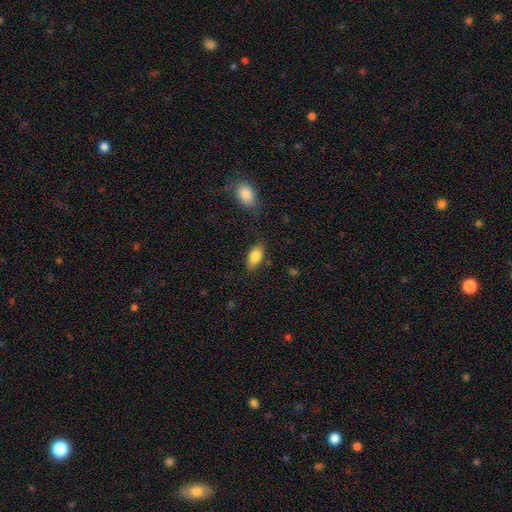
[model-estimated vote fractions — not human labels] This appears to be a smooth galaxy with no disk features (84%) that is in between round and cigar-shaped (91%). Merging: none (81%).